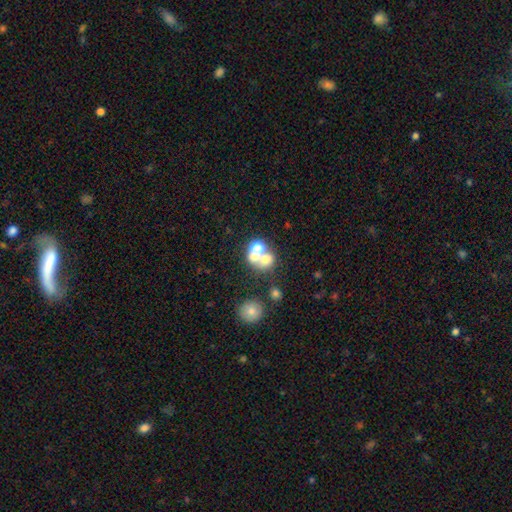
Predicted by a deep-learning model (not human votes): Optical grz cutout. It shows a smooth galaxy with no disk features (58%) that is round (66%). Merging: merger (63%).